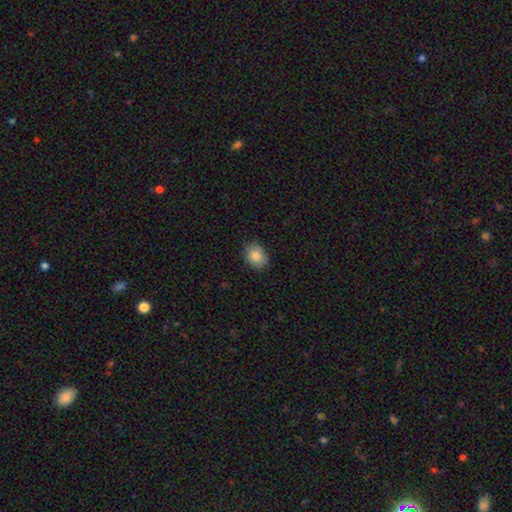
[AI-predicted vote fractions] Overall: smooth (84%). How rounded: in between (59%; round 40%). Merging: none (87%).